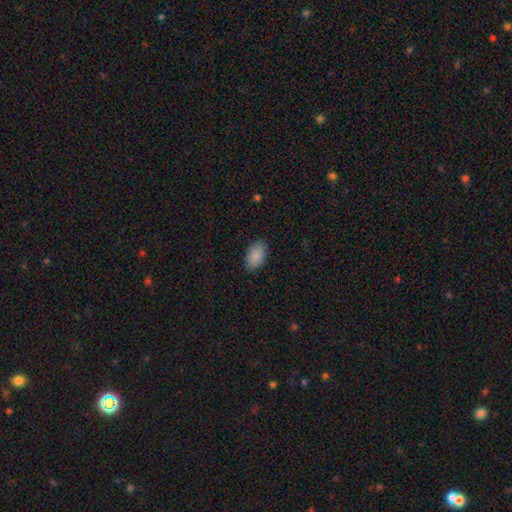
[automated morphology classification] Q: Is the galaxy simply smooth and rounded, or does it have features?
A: smooth — 89%.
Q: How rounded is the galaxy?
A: in between — 92%.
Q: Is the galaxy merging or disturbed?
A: none — 88%.